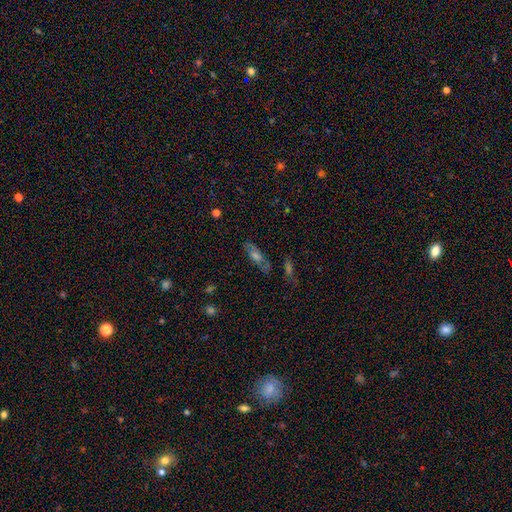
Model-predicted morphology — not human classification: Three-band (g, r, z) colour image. It shows a featured or disk galaxy (44%). Merging: none (69%).